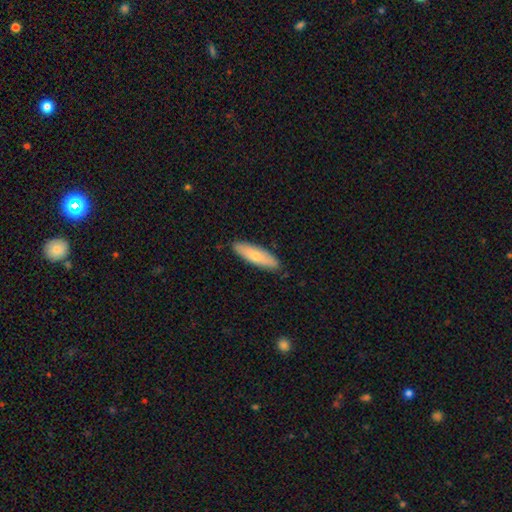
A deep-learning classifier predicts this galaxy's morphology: Overall: smooth (71%). How rounded: cigar-shaped (56%; in between 42%). Merging: none (88%).